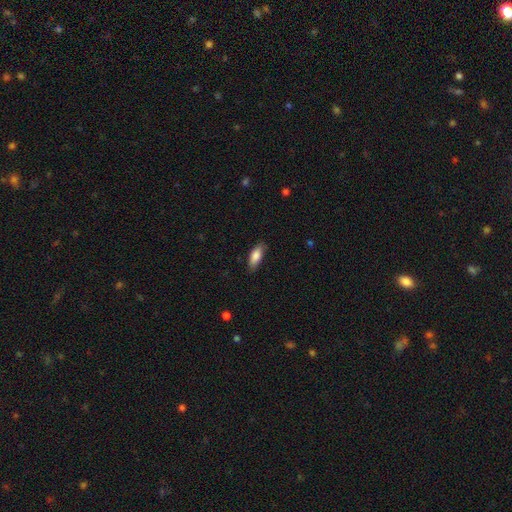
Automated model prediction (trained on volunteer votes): This appears to be a smooth galaxy with no disk features (84%) that is in between round and cigar-shaped (75%). Merging: none (83%).